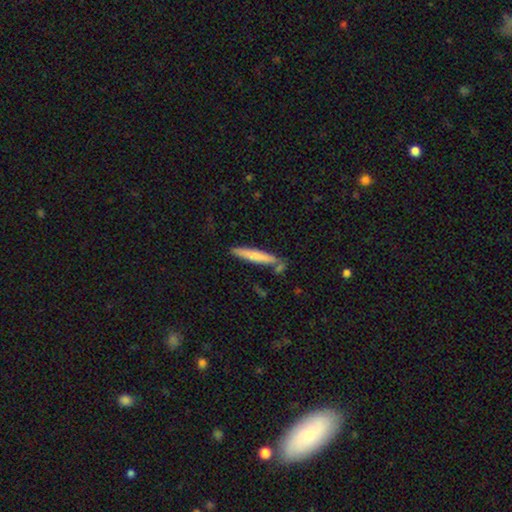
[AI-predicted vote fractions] smooth-or-featured: smooth: 72% | featured or disk: 23% | star or artifact: 5%
  how-rounded: cigar-shaped: 94% | in between: 5% | round: 1%
  merging: none: 77% | minor disturbance: 13% | merger: 7% | major disturbance: 3%